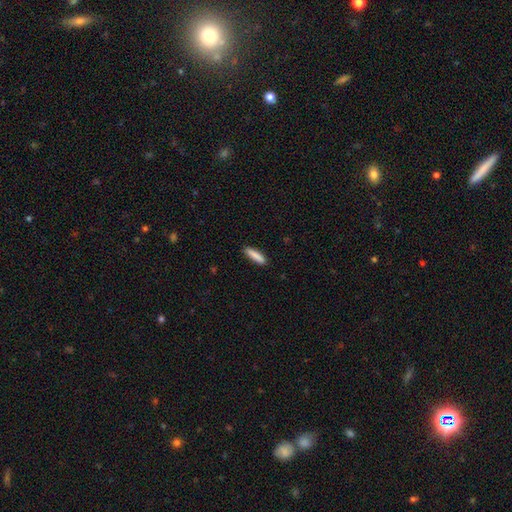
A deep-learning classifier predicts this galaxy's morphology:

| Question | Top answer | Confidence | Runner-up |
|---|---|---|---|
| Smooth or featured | smooth | 88% | featured or disk (6%) |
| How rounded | cigar-shaped | 74% | in between (25%) |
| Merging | none | 88% | minor disturbance (9%) |